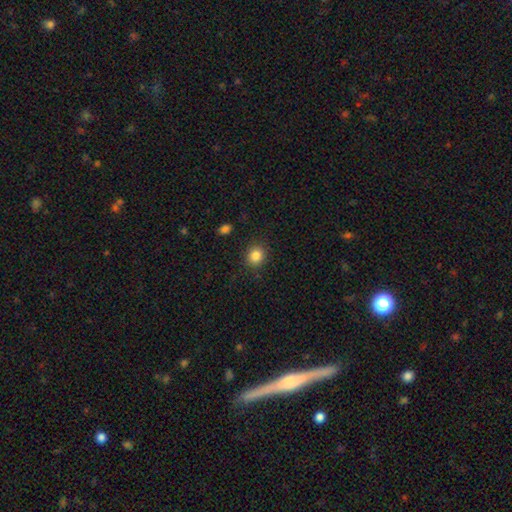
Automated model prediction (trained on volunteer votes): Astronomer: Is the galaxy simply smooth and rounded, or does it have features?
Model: smooth — 85%.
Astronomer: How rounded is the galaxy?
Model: round — 82%.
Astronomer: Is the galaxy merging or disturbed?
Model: none — 88%.